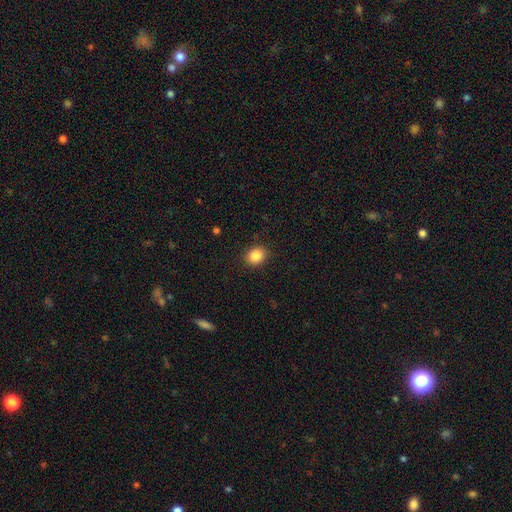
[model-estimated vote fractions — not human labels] smooth_or_featured: smooth (p=0.85) [alt: star or artifact p=0.10]
how_rounded: round (p=0.57) [alt: in between p=0.42]
merging: none (p=0.89) [alt: minor disturbance p=0.08]